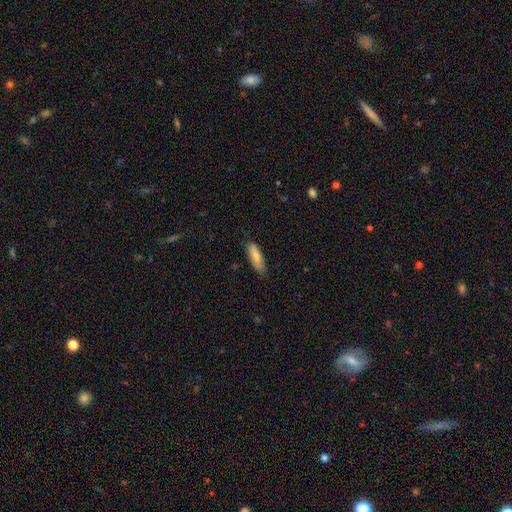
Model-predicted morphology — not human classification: Smooth or featured: smooth — 75% (featured or disk — 19%)
How rounded: cigar-shaped — 50% (in between — 48%)
Merging: none — 79% (minor disturbance — 17%)